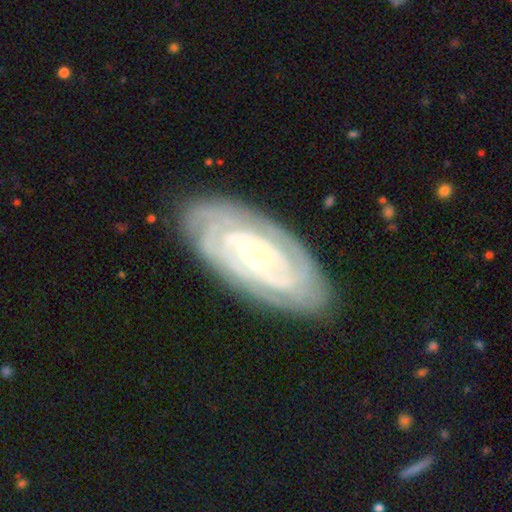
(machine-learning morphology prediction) A featured or disk galaxy (85%) with no bar (71%), tight (83%) spiral arms (95%) and a small central bulge (71%). Merging: none (83%).